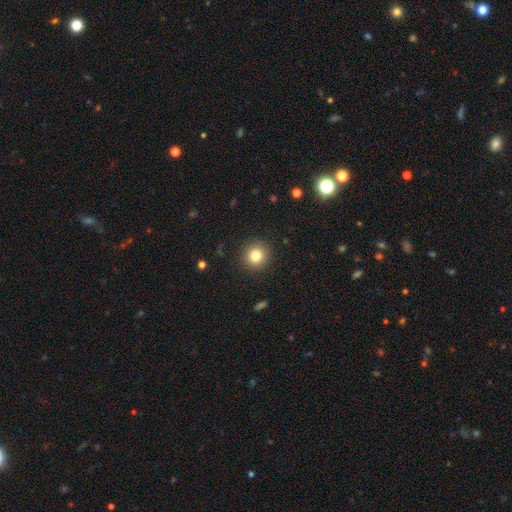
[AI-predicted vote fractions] A smooth galaxy with no disk features (81%) that is round (94%). Merging: none (91%).